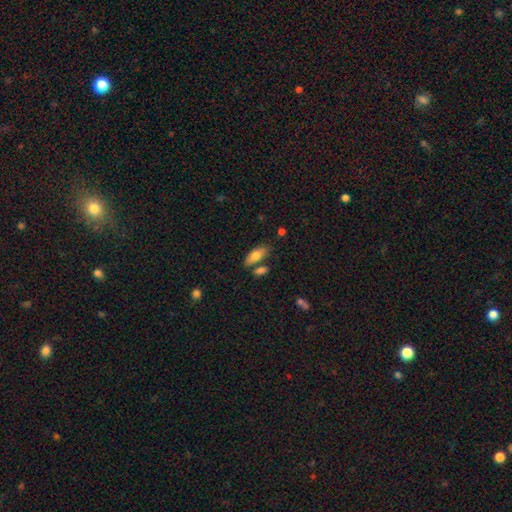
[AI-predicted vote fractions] This is likely a smooth galaxy (76%). How rounded: likely in between (75%). Merging: likely none (68%).